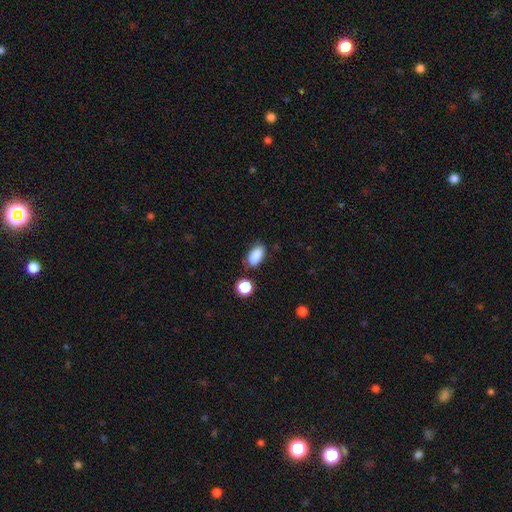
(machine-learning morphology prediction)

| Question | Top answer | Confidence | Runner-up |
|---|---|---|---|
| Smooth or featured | smooth | 88% | star or artifact (8%) |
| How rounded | in between | 91% | round (5%) |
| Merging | none | 79% | minor disturbance (14%) |